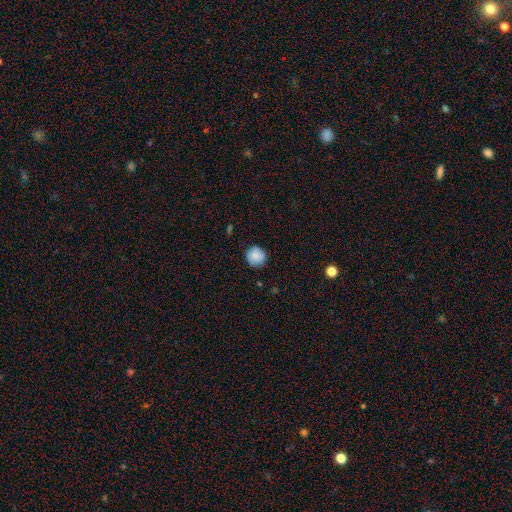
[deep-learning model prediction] Smooth or featured? smooth (79%)
How rounded? round (89%)
Merging? none (78%)